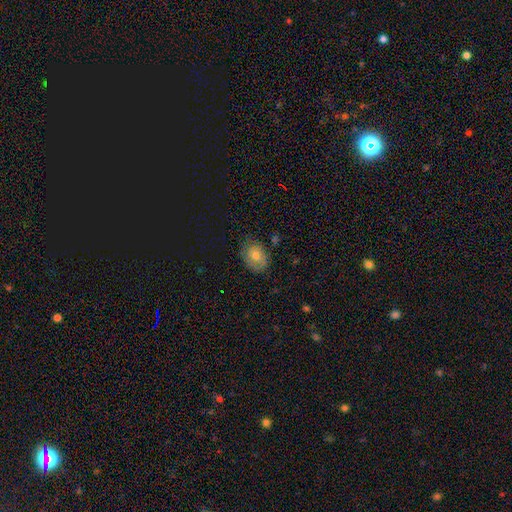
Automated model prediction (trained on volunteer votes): smooth_or_featured: smooth (p=0.57) [alt: featured or disk p=0.34]
how_rounded: in between (p=0.61) [alt: round p=0.38]
merging: none (p=0.70) [alt: minor disturbance p=0.22]